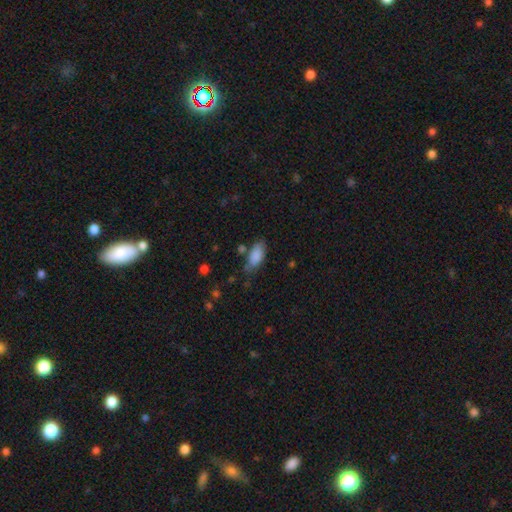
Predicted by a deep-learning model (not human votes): Morphology: type=smooth (87%); roundness=in between (87%); merging=none (64%).